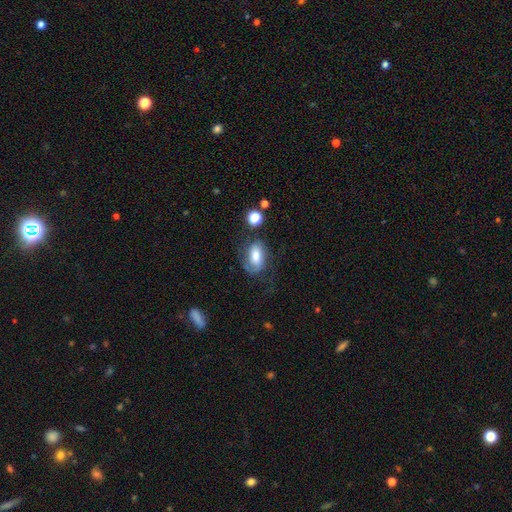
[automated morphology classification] Smooth or featured: smooth — 55% (featured or disk — 36%)
How rounded: in between — 87% (round — 10%)
Merging: none — 50% (minor disturbance — 24%)